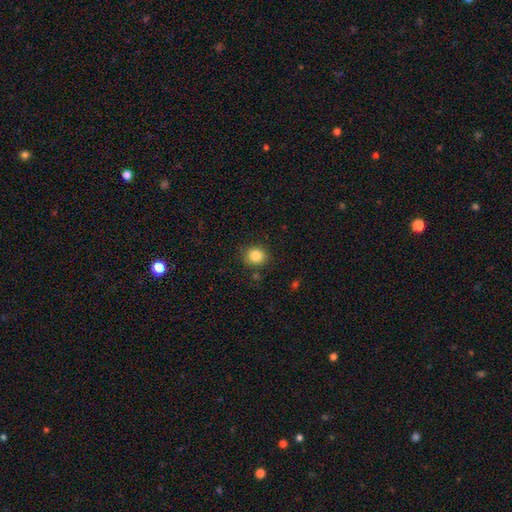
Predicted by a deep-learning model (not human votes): Smooth or featured?
  - smooth: 85% *
  - star or artifact: 10%
  - featured or disk: 5%
How rounded?
  - round: 81% *
  - in between: 18%
  - cigar-shaped: 1%
Merging?
  - none: 86% *
  - minor disturbance: 9%
  - major disturbance: 3%
  - merger: 2%